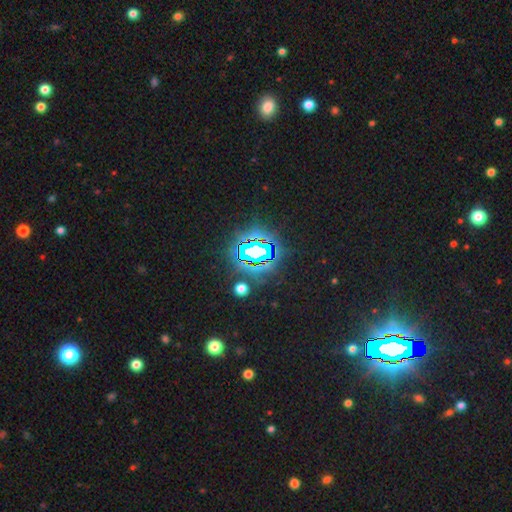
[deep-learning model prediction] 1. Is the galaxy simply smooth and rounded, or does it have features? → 75% star or artifact, 14% smooth, 11% featured or disk.